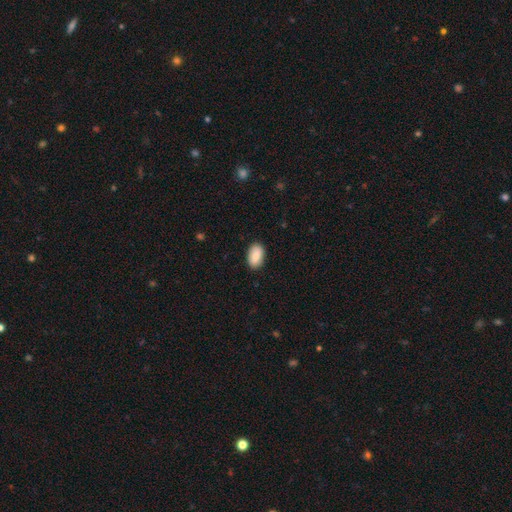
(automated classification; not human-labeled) A smooth galaxy with no disk features (85%) that is in between round and cigar-shaped (92%). Merging: none (89%).